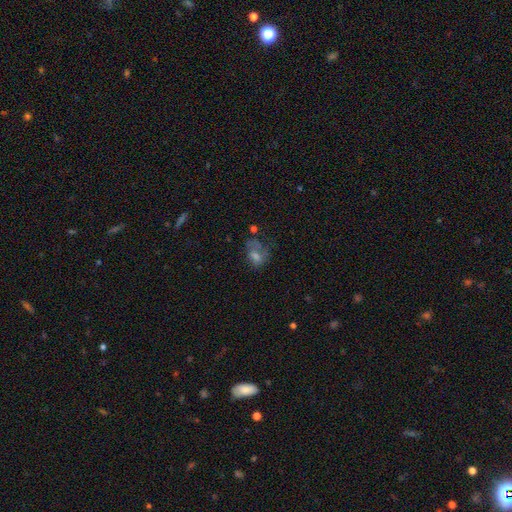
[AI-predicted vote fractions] smooth-or-featured: featured or disk: 41% | smooth: 36% | star or artifact: 23%
  merging: none: 39% | major disturbance: 33% | minor disturbance: 21% | merger: 7%